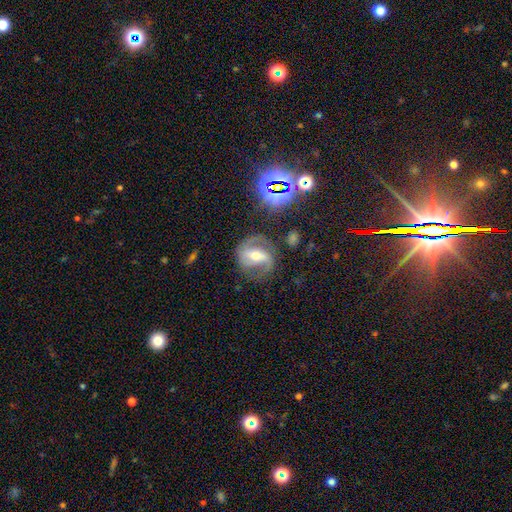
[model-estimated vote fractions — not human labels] Smooth or featured? featured or disk (80%)
Edge-on disk? no (97%)
Bar? strong (53%)
Spiral arms? yes (94%)
Spiral winding? medium (54%)
Spiral arm count? 2 (87%)
Bulge size? moderate (63%)
Merging? none (74%)